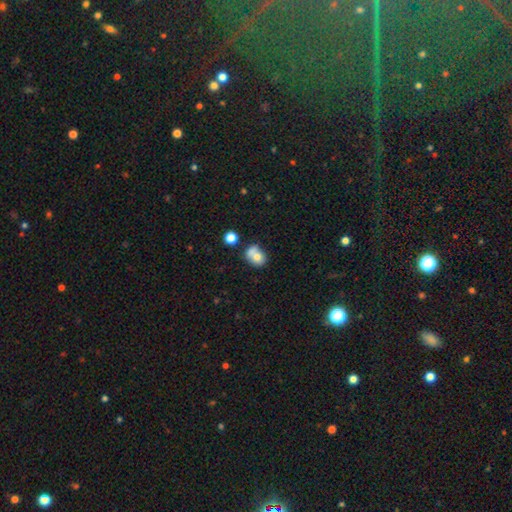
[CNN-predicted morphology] smooth-or-featured: smooth: 71% | featured or disk: 20% | star or artifact: 10%
  how-rounded: round: 56% | in between: 43% | cigar-shaped: 1%
  merging: merger: 47% | none: 33% | minor disturbance: 13% | major disturbance: 6%